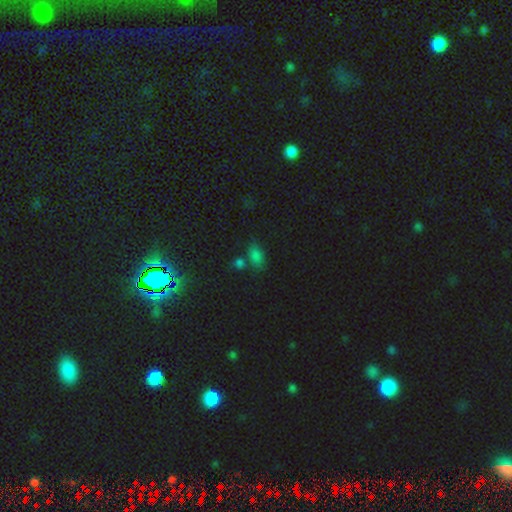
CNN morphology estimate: smooth-or-featured: smooth: 66% | star or artifact: 27% | featured or disk: 6%
  how-rounded: in between: 82% | round: 14% | cigar-shaped: 4%
  merging: none: 57% | merger: 19% | minor disturbance: 16% | major disturbance: 7%